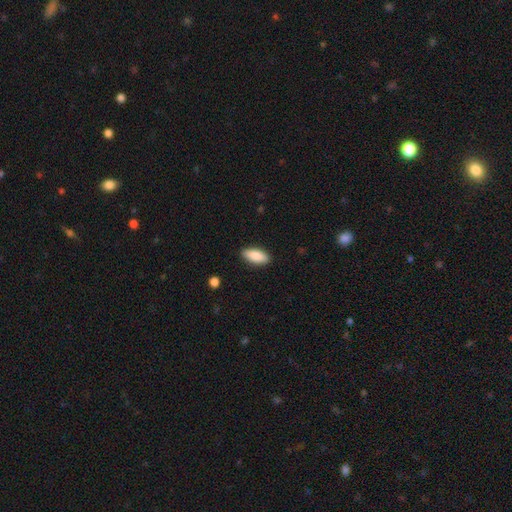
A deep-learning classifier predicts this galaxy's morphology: smooth-or-featured: smooth: 86% | featured or disk: 8% | star or artifact: 6%
  how-rounded: in between: 83% | cigar-shaped: 15% | round: 2%
  merging: none: 88% | minor disturbance: 9% | major disturbance: 2% | merger: 1%